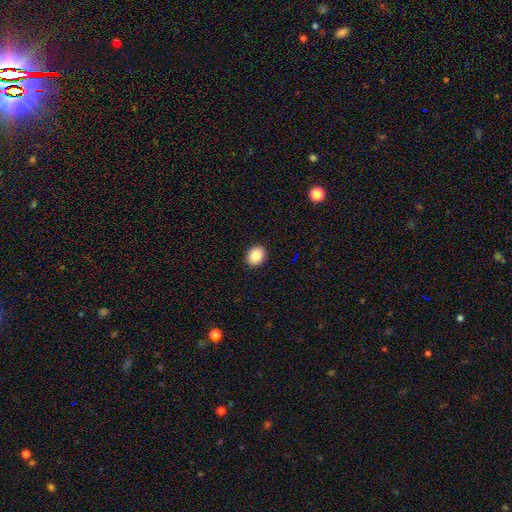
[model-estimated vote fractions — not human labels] Smooth or featured?
  - smooth: 84% *
  - star or artifact: 9%
  - featured or disk: 7%
How rounded?
  - round: 60% *
  - in between: 39%
  - cigar-shaped: 1%
Merging?
  - none: 92% *
  - minor disturbance: 6%
  - major disturbance: 2%
  - merger: 1%